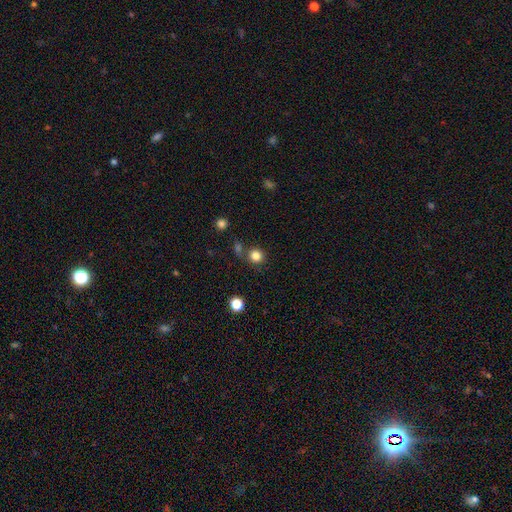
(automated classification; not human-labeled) Smooth or featured?
  - smooth: 83% *
  - star or artifact: 12%
  - featured or disk: 5%
How rounded?
  - round: 90% *
  - in between: 9%
  - cigar-shaped: 1%
Merging?
  - none: 74% *
  - merger: 13%
  - minor disturbance: 10%
  - major disturbance: 4%